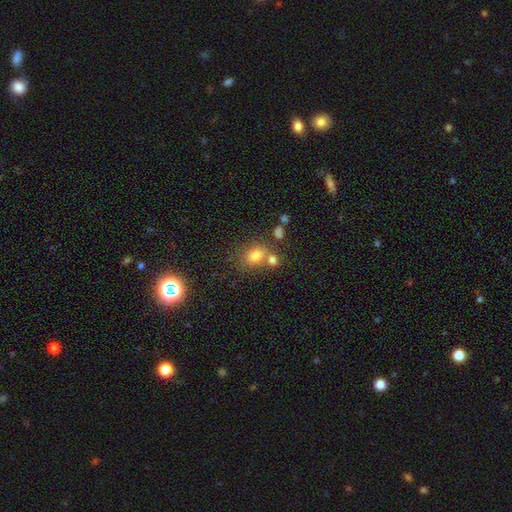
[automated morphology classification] Smooth or featured? smooth (76%)
How rounded? in between (56%)
Merging? none (52%)